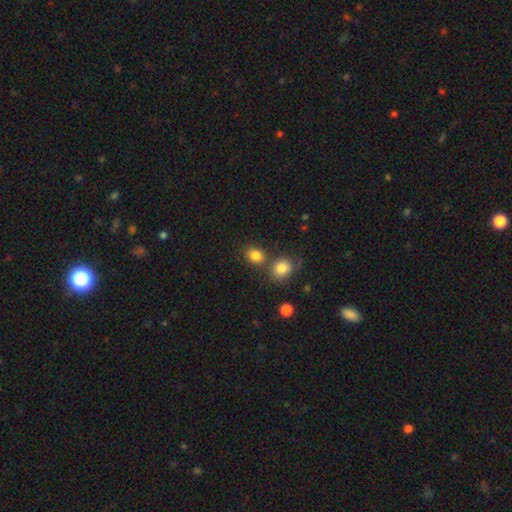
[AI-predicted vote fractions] Smooth or featured? smooth (83%)
How rounded? round (59%)
Merging? none (65%)